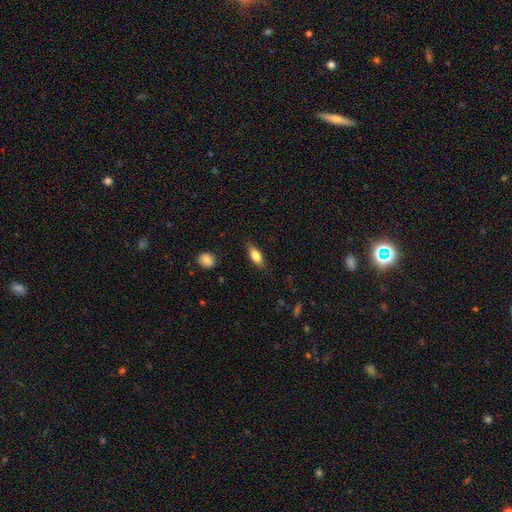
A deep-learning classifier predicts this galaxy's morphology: A smooth galaxy with no disk features (75%) that is in between round and cigar-shaped (72%).

Vote fractions:
- Smooth or featured? smooth: 75% / featured or disk: 18% / star or artifact: 7%
- How rounded? in between: 72% / cigar-shaped: 24% / round: 3%
- Merging? none: 82% / minor disturbance: 14% / major disturbance: 3% / merger: 1%